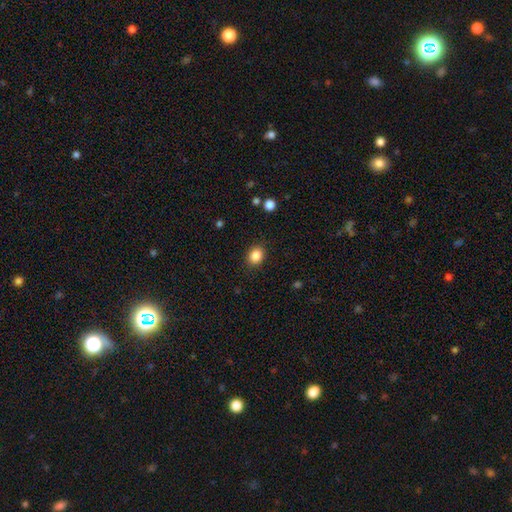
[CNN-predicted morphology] This appears to be a smooth galaxy with no disk features (86%) that is round (54%). Merging: none (88%).